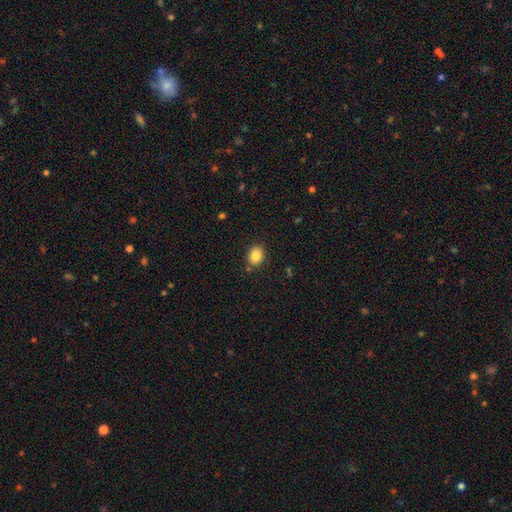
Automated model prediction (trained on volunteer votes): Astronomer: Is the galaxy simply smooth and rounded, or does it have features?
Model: smooth — 85%.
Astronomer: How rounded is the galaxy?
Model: round — 50% (runner-up: in between, 49%).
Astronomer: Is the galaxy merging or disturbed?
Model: none — 85%.